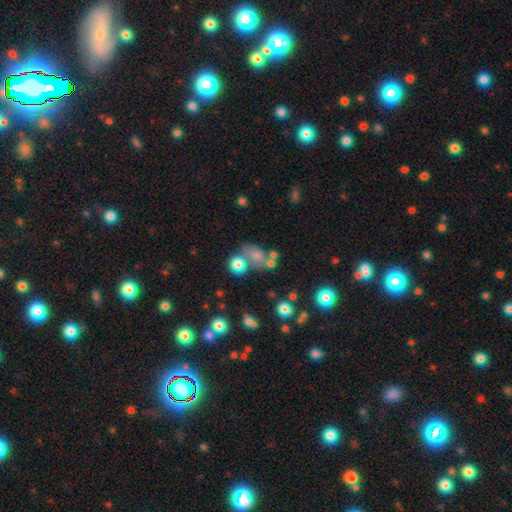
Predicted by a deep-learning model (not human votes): Morphology: type=smooth (63%); roundness=in between (59%); merging=none (38%).